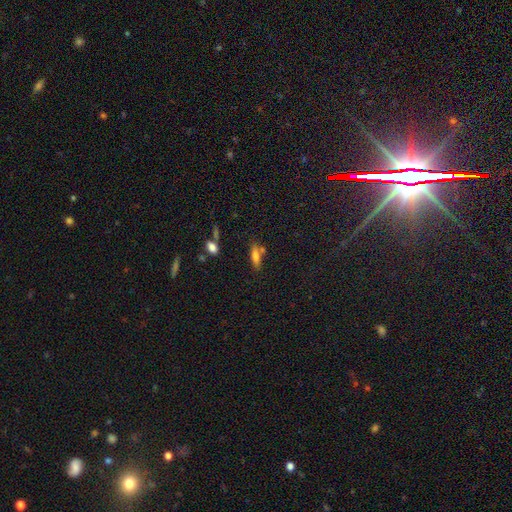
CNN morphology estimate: This is likely a smooth galaxy (71%). How rounded: possibly cigar-shaped (49%). Merging: likely none (64%).